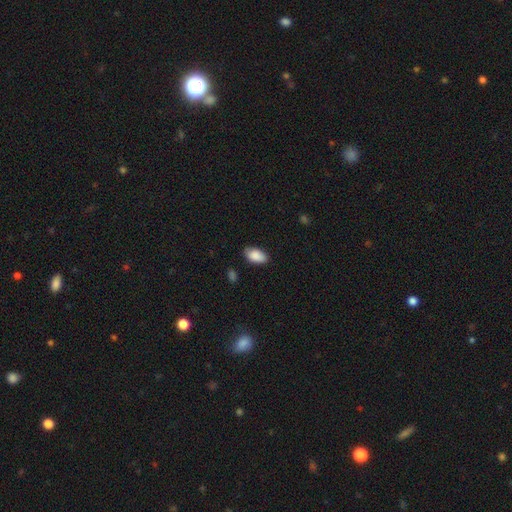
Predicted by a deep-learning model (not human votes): Morphology: type=smooth (89%); roundness=in between (94%); merging=none (83%).